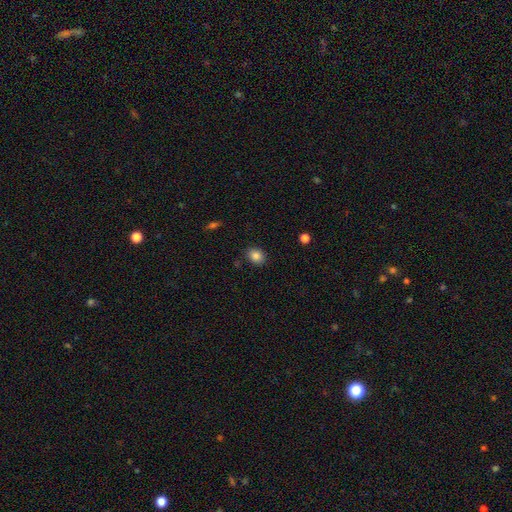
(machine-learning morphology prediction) smooth 86%, star or artifact 10%, featured or disk 5%. Down the decision tree: how rounded — round (50%, tied with in between); merging — none (85%).